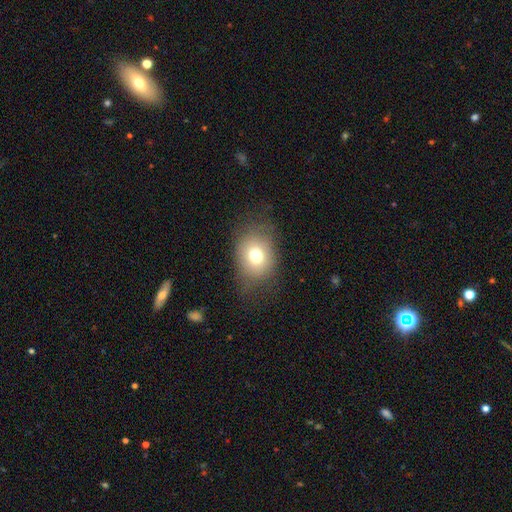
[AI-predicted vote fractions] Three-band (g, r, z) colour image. It shows a smooth galaxy with no disk features (72%) that is round (51%). Merging: none (72%).